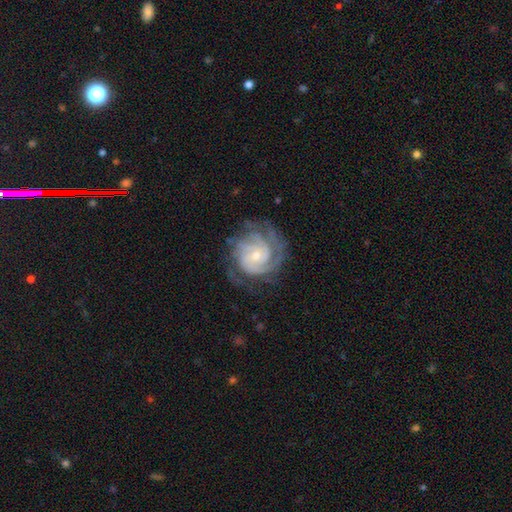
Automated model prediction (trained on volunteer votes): Smooth or featured?
  - featured or disk: 87% *
  - smooth: 8%
  - star or artifact: 5%
Edge-on disk?
  - no: 98% *
  - yes: 2%
Bar?
  - no: 70% *
  - weak: 25%
  - strong: 5%
Spiral arms?
  - yes: 97% *
  - no: 3%
Spiral winding?
  - tight: 69% *
  - medium: 26%
  - loose: 5%
Spiral arm count?
  - 3: 30% *
  - can't tell: 24%
  - 2: 23%
  - 4: 12%
  - 1: 6%
  - more than 4: 5%
Bulge size?
  - small: 66% *
  - moderate: 30%
  - large: 2%
  - none: 2%
  - dominant: 1%
Merging?
  - none: 66% *
  - minor disturbance: 20%
  - major disturbance: 12%
  - merger: 1%